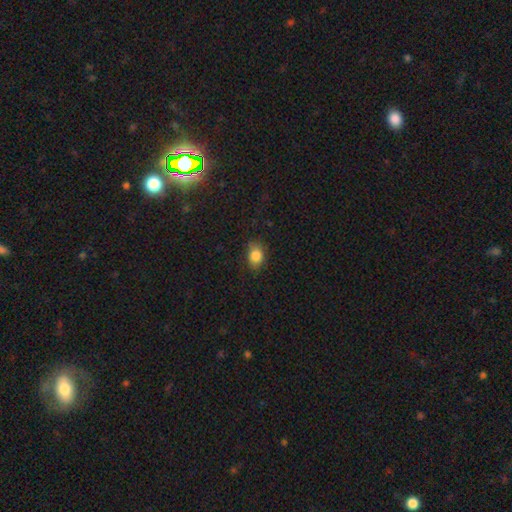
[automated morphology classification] Smooth or featured? Predicted: smooth (p=0.85). How rounded? Predicted: in between (p=0.63). Merging? Predicted: none (p=0.79).